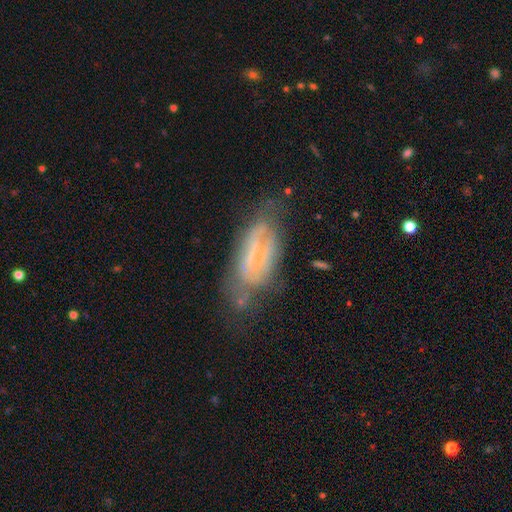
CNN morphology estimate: Smooth or featured? Predicted: featured or disk (p=0.51). Edge-on disk? Predicted: no (p=0.84). Merging? Predicted: none (p=0.41).